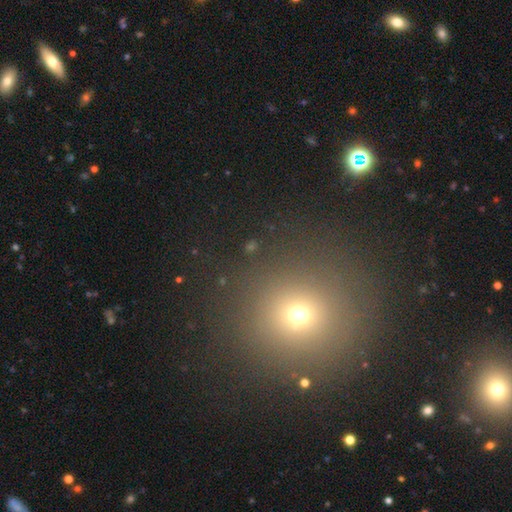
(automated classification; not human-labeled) Morphology: type=smooth (60%); roundness=round (92%); merging=none (88%).